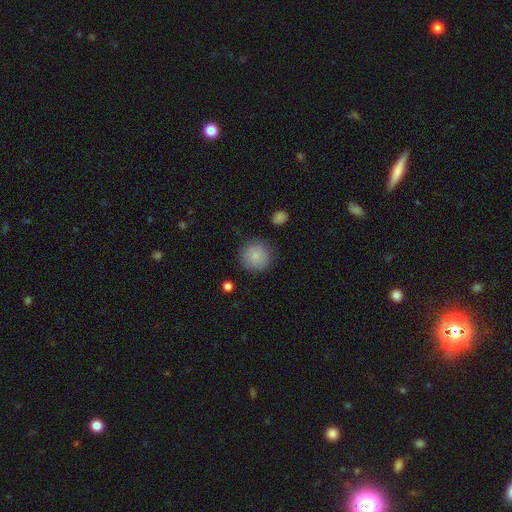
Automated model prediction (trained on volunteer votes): This appears to be a smooth galaxy with no disk features (84%) that is round (94%). Merging: none (84%).